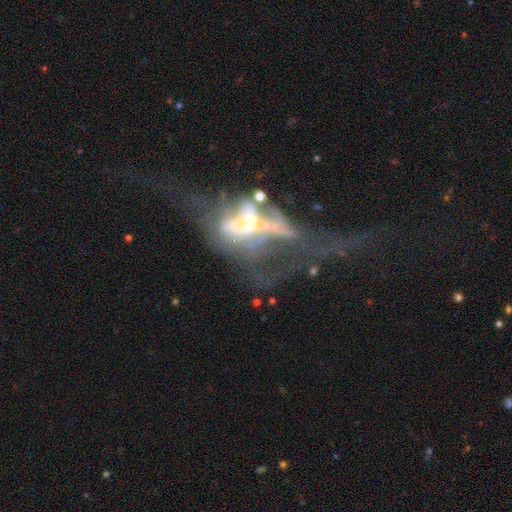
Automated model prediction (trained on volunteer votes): The model was most divided on "merging": major disturbance: 48%, merger: 24%, none: 18%, minor disturbance: 10%. More confident: smooth or featured — featured or disk (71%); edge-on disk — no (69%).